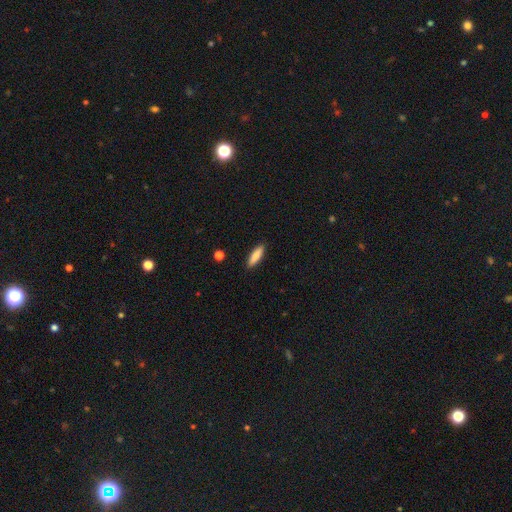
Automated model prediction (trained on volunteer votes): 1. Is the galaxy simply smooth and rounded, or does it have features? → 85% smooth, 8% featured or disk, 6% star or artifact.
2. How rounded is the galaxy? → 66% cigar-shaped, 33% in between, 2% round.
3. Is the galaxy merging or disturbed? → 89% none, 8% minor disturbance, 2% major disturbance, 1% merger.